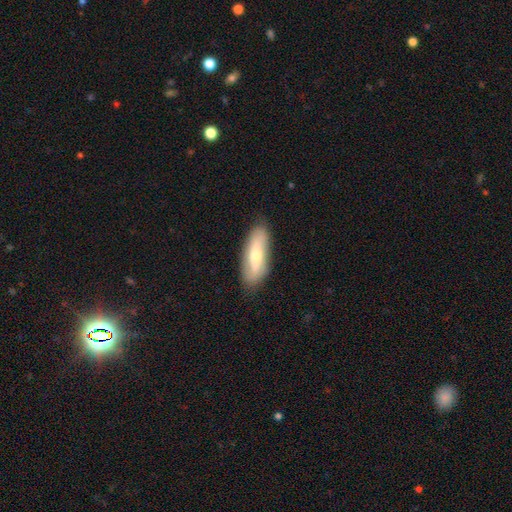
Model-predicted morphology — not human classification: Smooth or featured?
  - smooth: 57% *
  - featured or disk: 37%
  - star or artifact: 6%
How rounded?
  - in between: 67% *
  - cigar-shaped: 31%
  - round: 3%
Merging?
  - none: 83% *
  - minor disturbance: 13%
  - major disturbance: 3%
  - merger: 1%